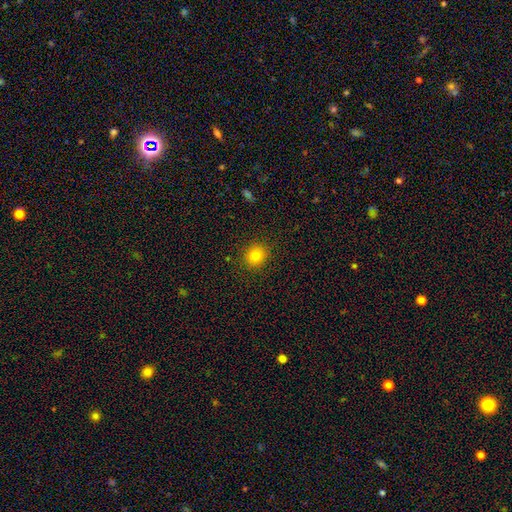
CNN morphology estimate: type=smooth (82%); roundness=round (86%); merging=none (90%).